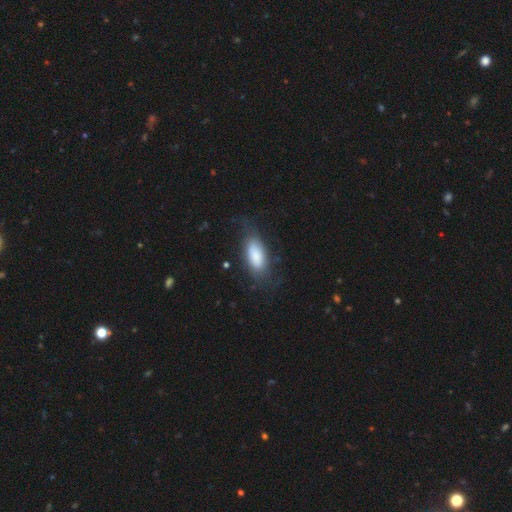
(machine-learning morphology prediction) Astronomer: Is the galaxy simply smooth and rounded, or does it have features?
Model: smooth — 76%.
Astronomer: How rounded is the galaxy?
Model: in between — 88%.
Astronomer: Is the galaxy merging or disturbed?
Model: none — 59%.